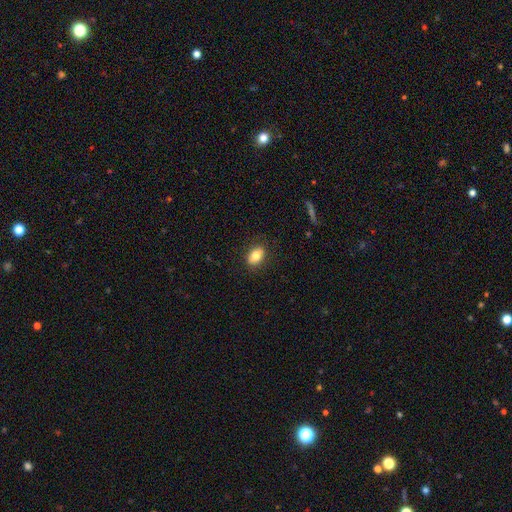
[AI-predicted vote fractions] The model was most divided on "how rounded": in between: 77%, round: 21%, cigar-shaped: 2%. More confident: merging — none (85%); smooth or featured — smooth (79%).